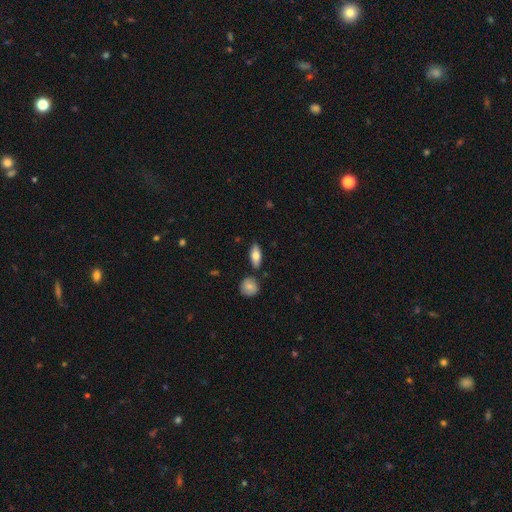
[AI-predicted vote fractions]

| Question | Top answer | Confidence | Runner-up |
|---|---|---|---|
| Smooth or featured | smooth | 72% | featured or disk (22%) |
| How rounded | in between | 78% | cigar-shaped (19%) |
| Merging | none | 82% | minor disturbance (10%) |